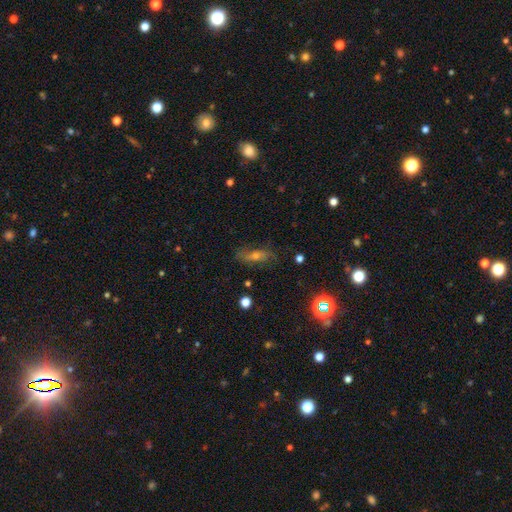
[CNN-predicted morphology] This appears to be a featured or disk galaxy (41%). Merging: none (72%).